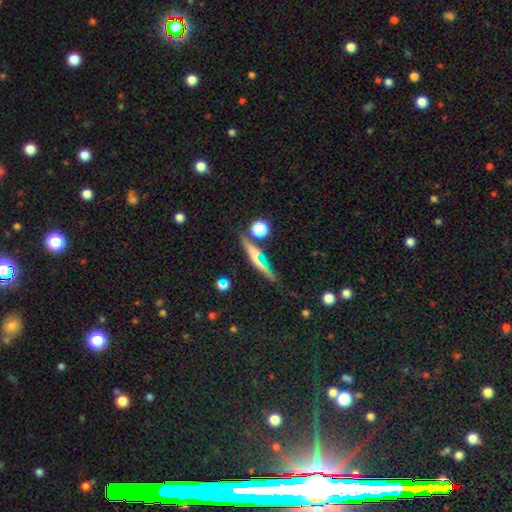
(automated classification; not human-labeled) Morphology: type=featured or disk (50%); edge-on=yes (92%); merging=none (82%).